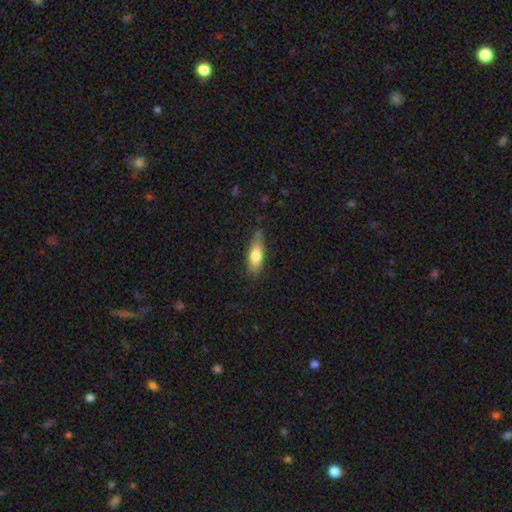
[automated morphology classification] Smooth or featured? smooth (73%)
How rounded? in between (62%)
Merging? none (69%)